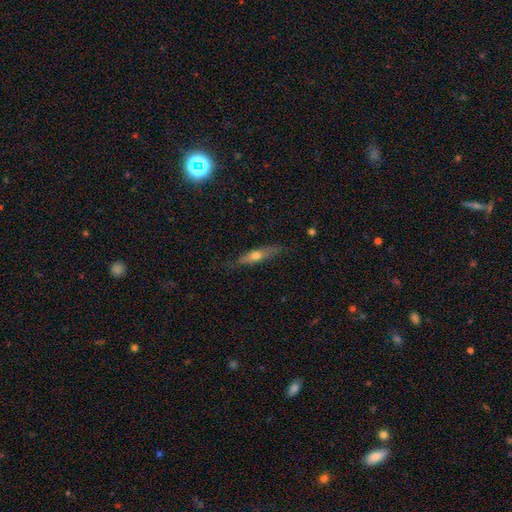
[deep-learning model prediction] smooth 50%, featured or disk 44%, star or artifact 6%. Down the decision tree: how rounded — cigar-shaped (77%); merging — none (78%).